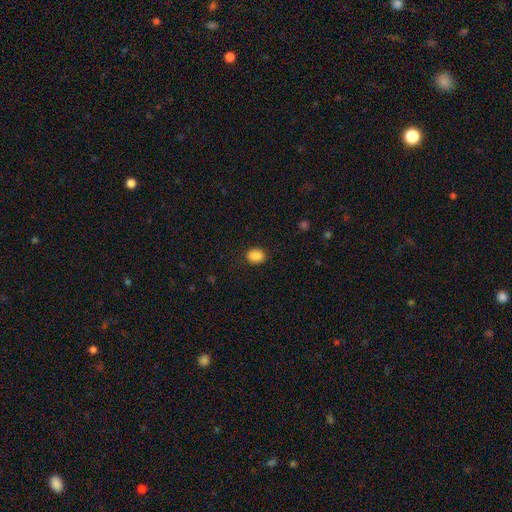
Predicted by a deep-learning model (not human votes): A smooth galaxy with no disk features (88%) that is in between round and cigar-shaped (63%). Merging: none (86%).